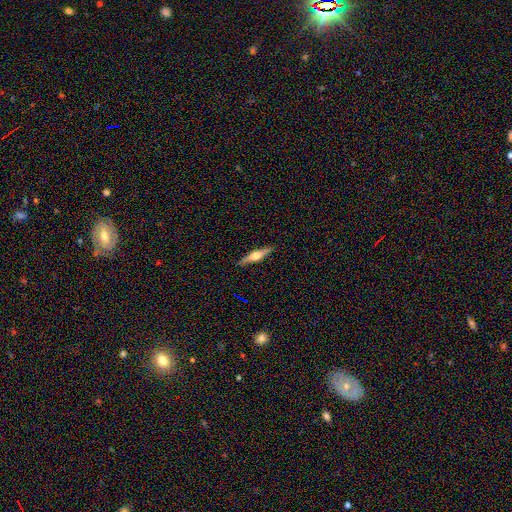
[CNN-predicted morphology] This is likely a featured or disk galaxy (70%). It is clearly viewed edge-on (97%). Edge-on bulge: clearly rounded (92%). Merging: clearly none (90%).